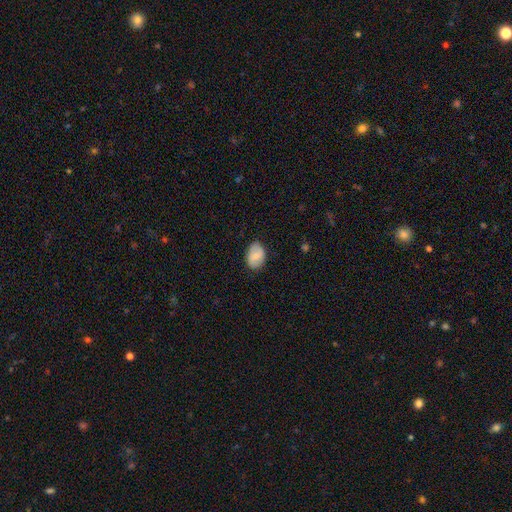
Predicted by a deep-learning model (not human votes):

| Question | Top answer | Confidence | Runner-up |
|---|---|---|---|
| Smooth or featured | smooth | 75% | featured or disk (18%) |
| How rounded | in between | 83% | round (16%) |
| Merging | none | 80% | minor disturbance (16%) |